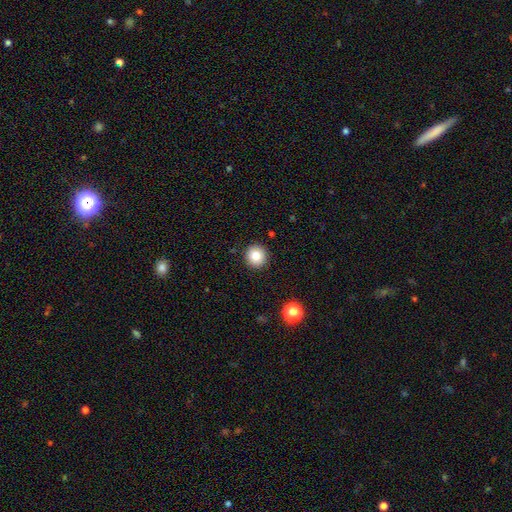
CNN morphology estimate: This appears to be a smooth galaxy with no disk features (82%) that is round (95%). Merging: none (92%).